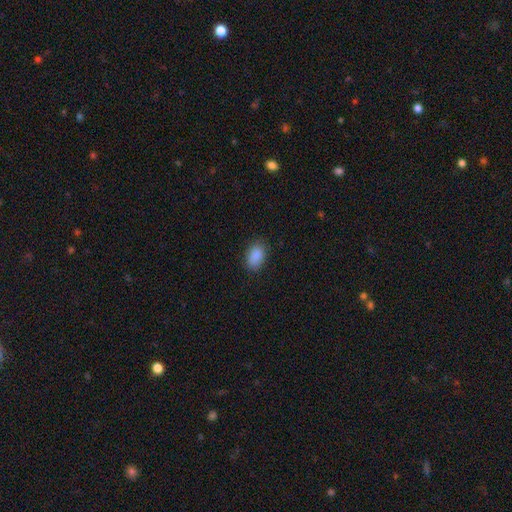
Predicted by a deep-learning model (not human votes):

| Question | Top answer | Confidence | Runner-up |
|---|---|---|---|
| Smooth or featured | smooth | 89% | star or artifact (8%) |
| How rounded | in between | 87% | round (12%) |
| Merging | none | 85% | minor disturbance (12%) |